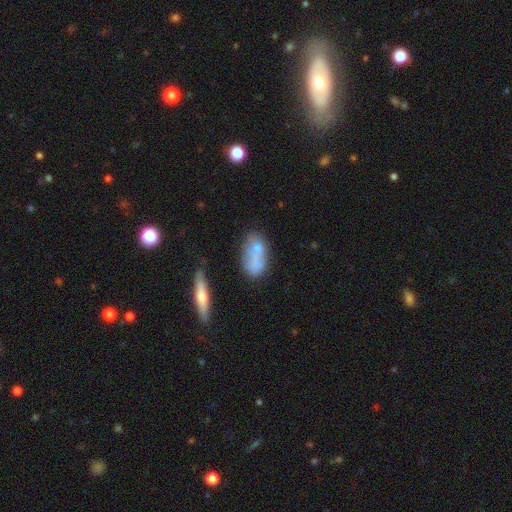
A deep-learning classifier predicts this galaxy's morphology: Q: Smooth or featured?
A: smooth (64%); runner-up: featured or disk (25%)
Q: How rounded?
A: in between (84%); runner-up: round (10%)
Q: Merging?
A: none (46%); runner-up: minor disturbance (22%)